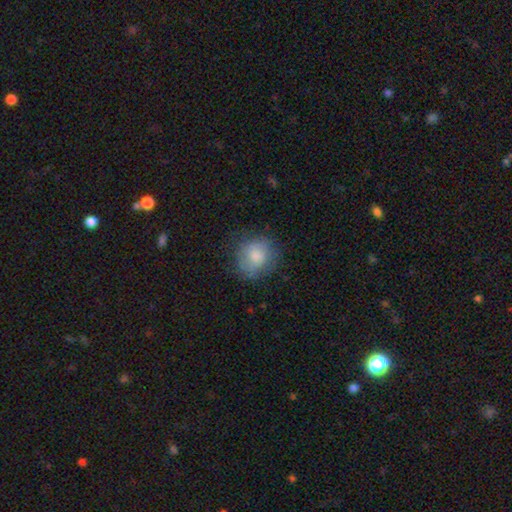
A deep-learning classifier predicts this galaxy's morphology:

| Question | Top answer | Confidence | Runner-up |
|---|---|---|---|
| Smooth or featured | smooth | 72% | featured or disk (20%) |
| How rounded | round | 80% | in between (19%) |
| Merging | none | 70% | minor disturbance (20%) |